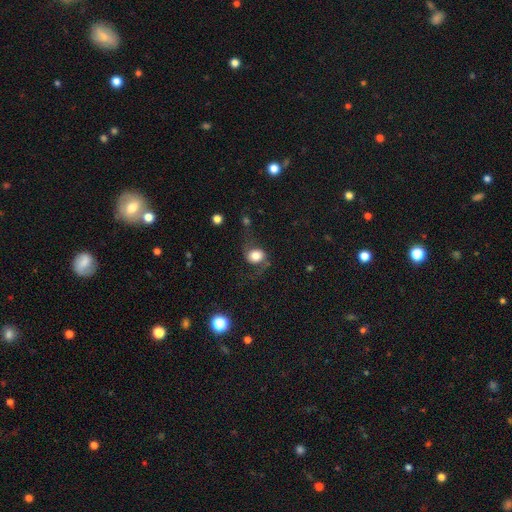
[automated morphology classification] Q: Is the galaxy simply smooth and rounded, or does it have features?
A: smooth — 50%.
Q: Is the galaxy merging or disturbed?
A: none — 57%.